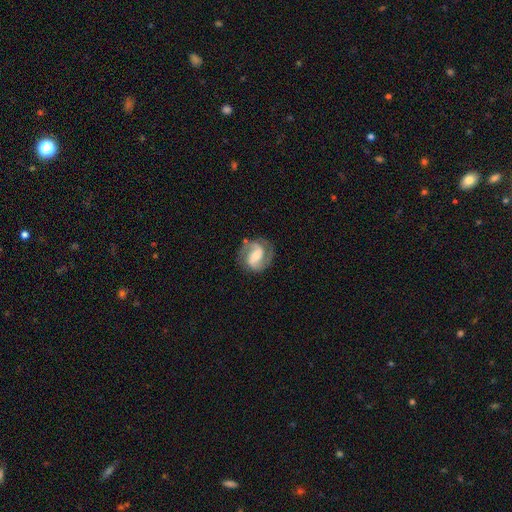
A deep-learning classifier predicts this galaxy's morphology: type=featured or disk (86%); edge-on=no (98%); bar=weak (43%); spiral arms=yes (96%); winding=medium (53%); arm count=2 (91%); bulge=moderate (49%); merging=none (79%).